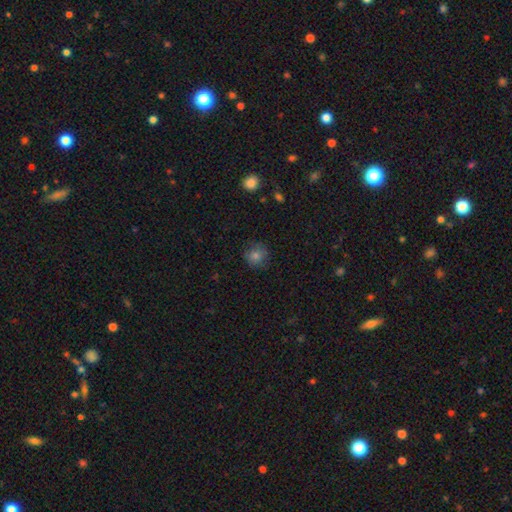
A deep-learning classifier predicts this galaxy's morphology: Smooth or featured? smooth (79%)
How rounded? round (89%)
Merging? none (82%)